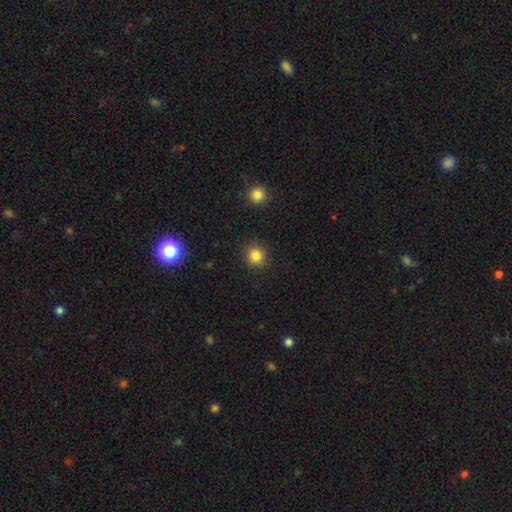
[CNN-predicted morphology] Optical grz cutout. It shows a smooth galaxy with no disk features (84%) that is round (89%). Merging: none (89%).